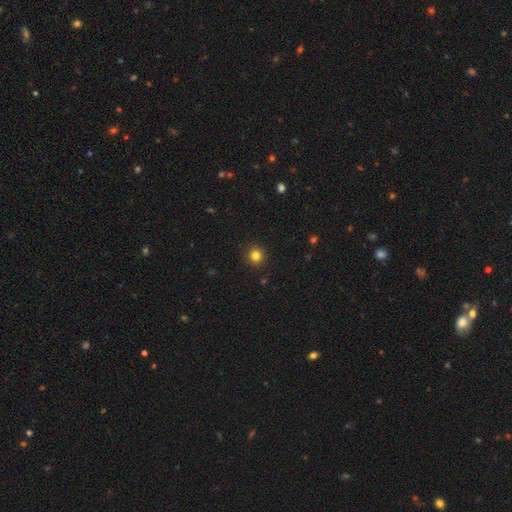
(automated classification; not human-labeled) Smooth or featured? smooth (82%)
How rounded? round (94%)
Merging? none (92%)